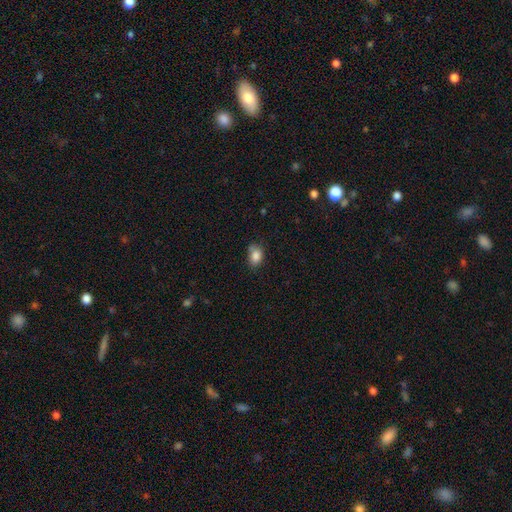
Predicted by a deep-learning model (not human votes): Smooth or featured? Predicted: smooth (p=0.84). How rounded? Predicted: in between (p=0.69). Merging? Predicted: none (p=0.63).